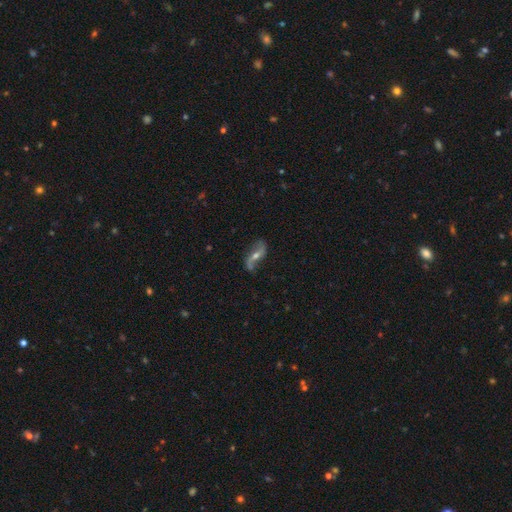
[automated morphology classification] Smooth or featured?
  - featured or disk: 81% *
  - smooth: 11%
  - star or artifact: 8%
Edge-on disk?
  - no: 91% *
  - yes: 9%
Bar?
  - no: 45% *
  - weak: 34%
  - strong: 21%
Spiral arms?
  - yes: 92% *
  - no: 8%
Spiral winding?
  - loose: 83% *
  - medium: 13%
  - tight: 5%
Spiral arm count?
  - 2: 92% *
  - 1: 3%
  - can't tell: 2%
  - 3: 1%
  - 4: 1%
  - more than 4: 1%
Bulge size?
  - moderate: 59% *
  - small: 33%
  - large: 4%
  - none: 3%
  - dominant: 1%
Merging?
  - none: 75% *
  - minor disturbance: 15%
  - major disturbance: 7%
  - merger: 3%